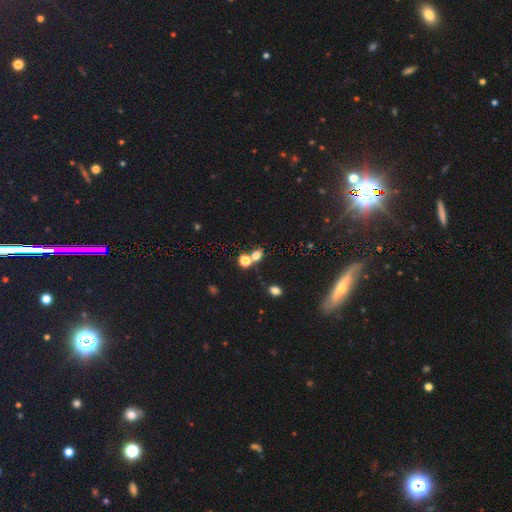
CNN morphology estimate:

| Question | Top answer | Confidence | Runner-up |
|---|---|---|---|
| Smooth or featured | smooth | 69% | star or artifact (21%) |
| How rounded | in between | 49% | round (48%) |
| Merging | none | 47% | merger (38%) |